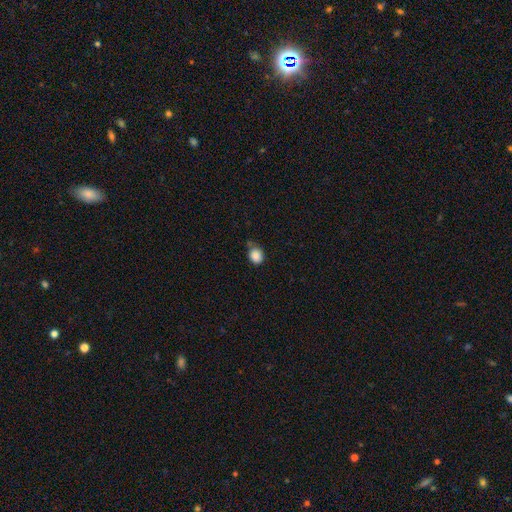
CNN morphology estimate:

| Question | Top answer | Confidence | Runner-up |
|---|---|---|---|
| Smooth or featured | smooth | 87% | star or artifact (9%) |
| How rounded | round | 66% | in between (33%) |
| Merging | none | 63% | minor disturbance (26%) |